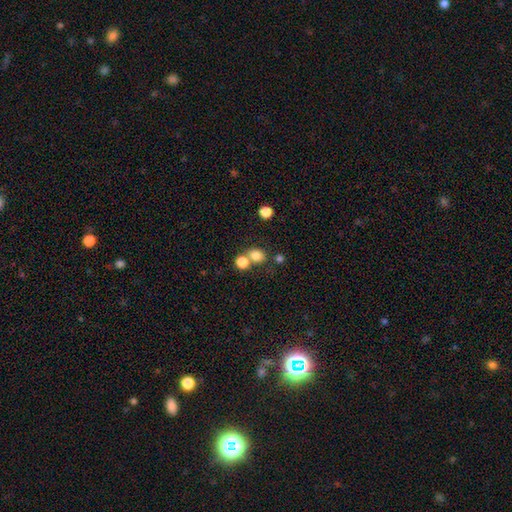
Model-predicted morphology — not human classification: smooth_or_featured: smooth (p=0.79) [alt: star or artifact p=0.13]
how_rounded: round (p=0.71) [alt: in between p=0.28]
merging: none (p=0.57) [alt: merger p=0.31]